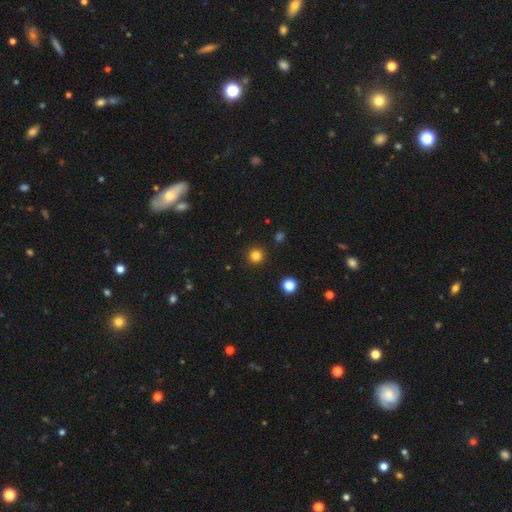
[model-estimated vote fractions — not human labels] Smooth or featured? Predicted: smooth (p=0.82). How rounded? Predicted: round (p=0.96). Merging? Predicted: none (p=0.93).